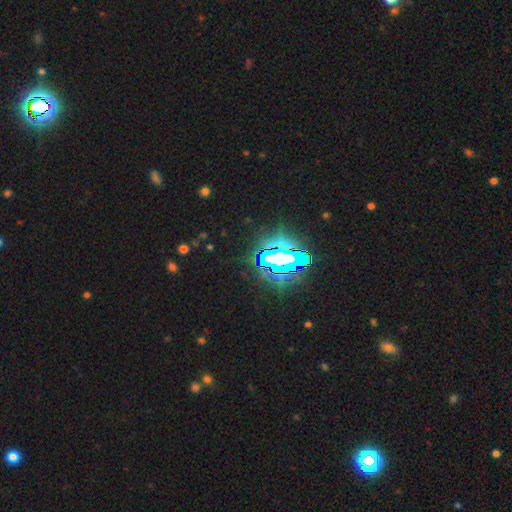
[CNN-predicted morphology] Smooth or featured? Predicted: star or artifact (p=0.76).